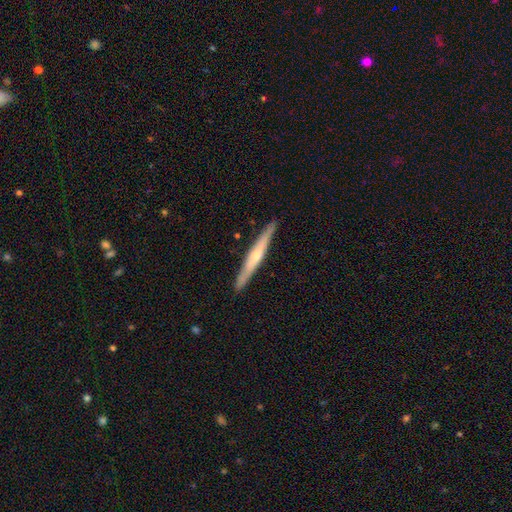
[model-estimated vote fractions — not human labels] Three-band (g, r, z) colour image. It shows a featured or disk galaxy (58%) viewed edge-on (96%) with a rounded central bulge (56%). Merging: none (91%).